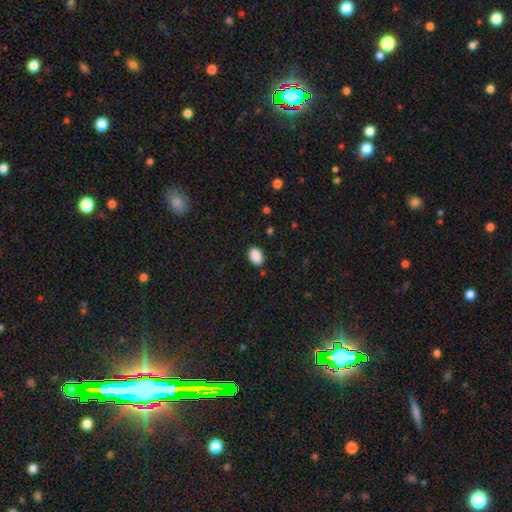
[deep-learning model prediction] Smooth or featured? Predicted: smooth (p=0.89). How rounded? Predicted: in between (p=0.84). Merging? Predicted: none (p=0.86).